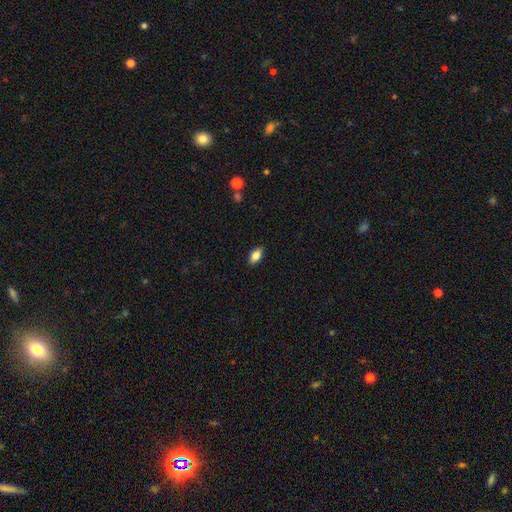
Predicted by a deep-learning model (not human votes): Overall: smooth (82%). How rounded: in between (89%). Merging: none (88%).